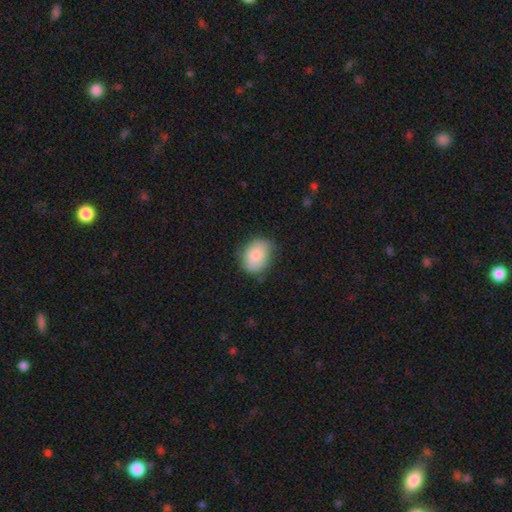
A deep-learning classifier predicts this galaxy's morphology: smooth_or_featured: smooth (p=0.82) [alt: featured or disk p=0.11]
how_rounded: in between (p=0.65) [alt: round p=0.34]
merging: none (p=0.63) [alt: minor disturbance p=0.29]